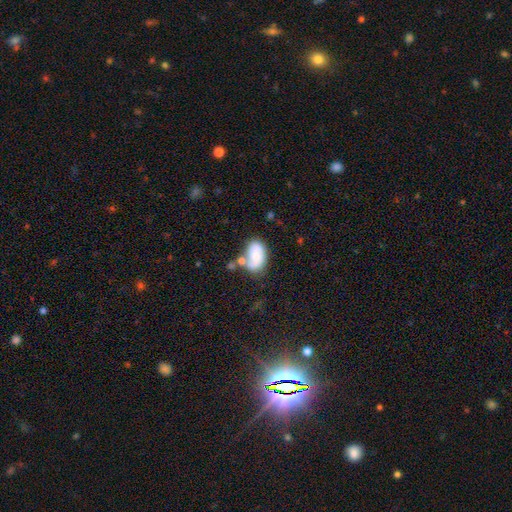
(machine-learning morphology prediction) smooth_or_featured: smooth (p=0.60) [alt: featured or disk p=0.32]
how_rounded: in between (p=0.90) [alt: round p=0.09]
merging: none (p=0.43) [alt: minor disturbance p=0.24]